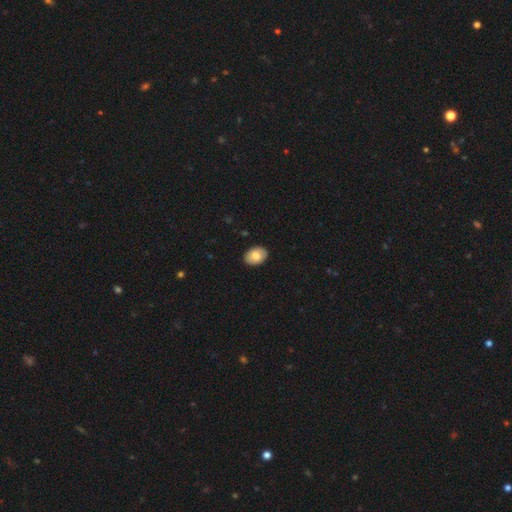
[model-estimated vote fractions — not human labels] A smooth galaxy with no disk features (79%) that is in between round and cigar-shaped (77%). Merging: none (90%).